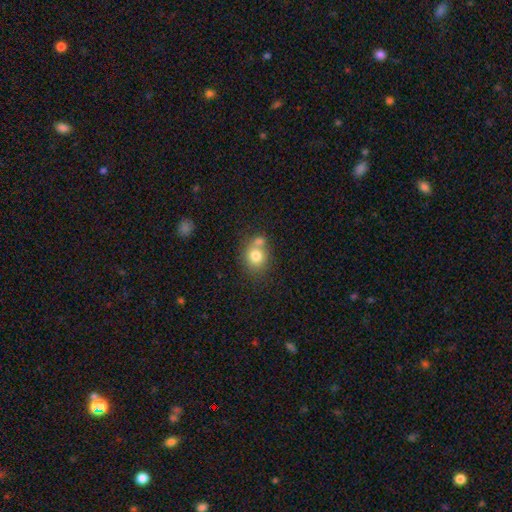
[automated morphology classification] The model was most divided on "merging": none: 45%, merger: 39%, minor disturbance: 12%, major disturbance: 4%. More confident: smooth or featured — smooth (77%); how rounded — round (71%).